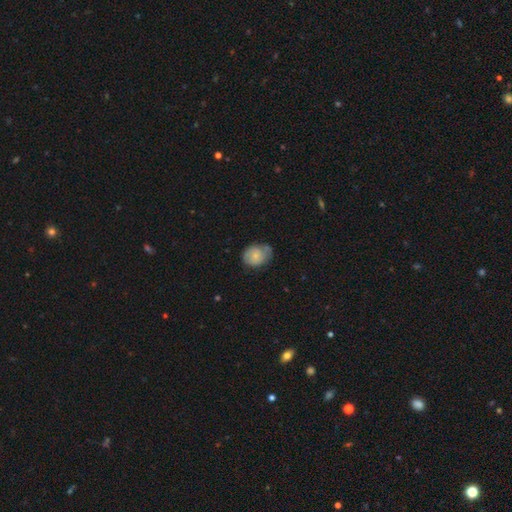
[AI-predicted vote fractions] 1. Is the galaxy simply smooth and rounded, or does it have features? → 60% smooth, 33% featured or disk, 7% star or artifact.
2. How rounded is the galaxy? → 63% in between, 36% round, 1% cigar-shaped.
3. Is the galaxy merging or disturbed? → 57% none, 32% minor disturbance, 9% major disturbance, 2% merger.